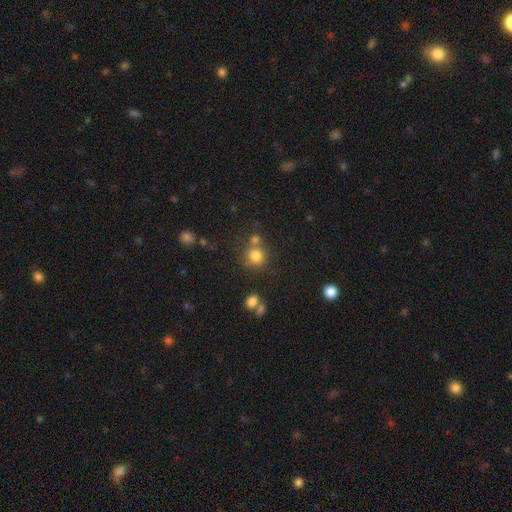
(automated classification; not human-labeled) smooth_or_featured: smooth (p=0.79) [alt: star or artifact p=0.14]
how_rounded: round (p=0.89) [alt: in between p=0.10]
merging: none (p=0.61) [alt: merger p=0.24]